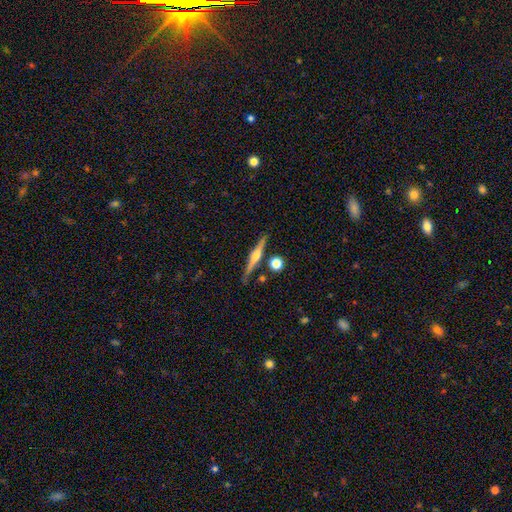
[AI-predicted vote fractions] smooth-or-featured: featured or disk: 71% | smooth: 22% | star or artifact: 7%
  disk-edge-on: yes: 98% | no: 2%
    edge-on-bulge: rounded: 88% | boxy: 7% | none: 5%
  merging: none: 83% | minor disturbance: 10% | merger: 6% | major disturbance: 2%